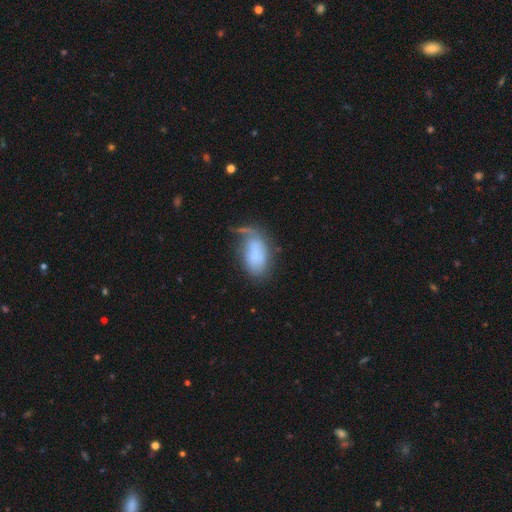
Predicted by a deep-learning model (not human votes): Smooth or featured? Predicted: smooth (p=0.68). How rounded? Predicted: in between (p=0.93). Merging? Predicted: major disturbance (p=0.32).